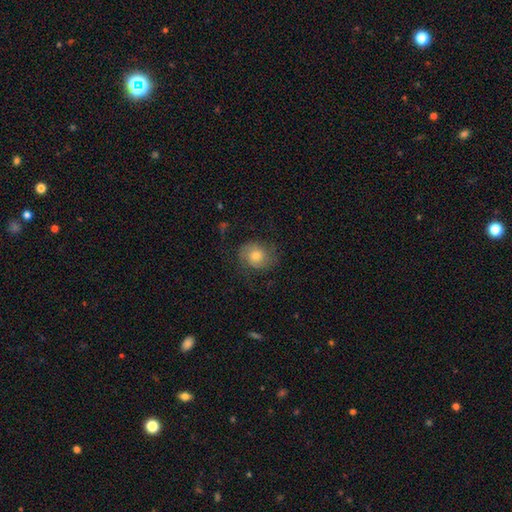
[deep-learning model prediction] Smooth or featured? featured or disk (49%)
Merging? none (69%)